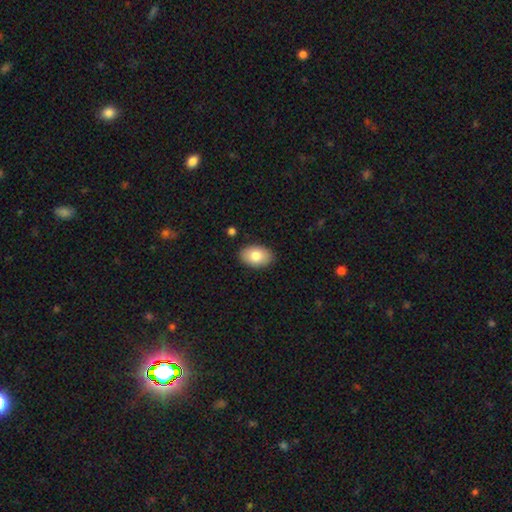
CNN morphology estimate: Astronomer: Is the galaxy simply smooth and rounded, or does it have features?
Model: smooth — 81%.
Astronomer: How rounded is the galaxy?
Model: in between — 88%.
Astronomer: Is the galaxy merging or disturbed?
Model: none — 88%.